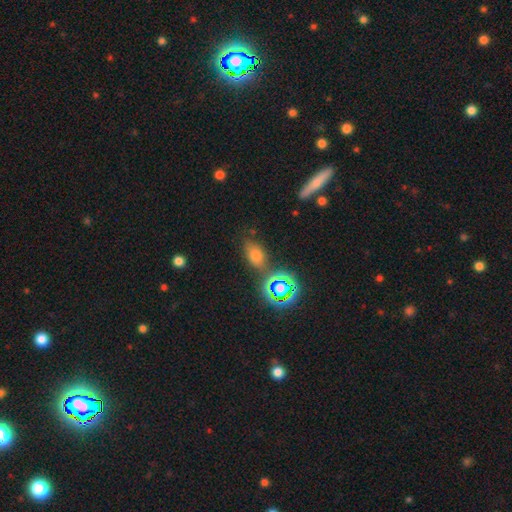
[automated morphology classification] A smooth galaxy with no disk features (63%) that is in between round and cigar-shaped (77%).

Vote fractions:
- Smooth or featured? smooth: 63% / star or artifact: 27% / featured or disk: 10%
- How rounded? in between: 77% / round: 18% / cigar-shaped: 5%
- Merging? none: 73% / minor disturbance: 15% / merger: 7% / major disturbance: 5%